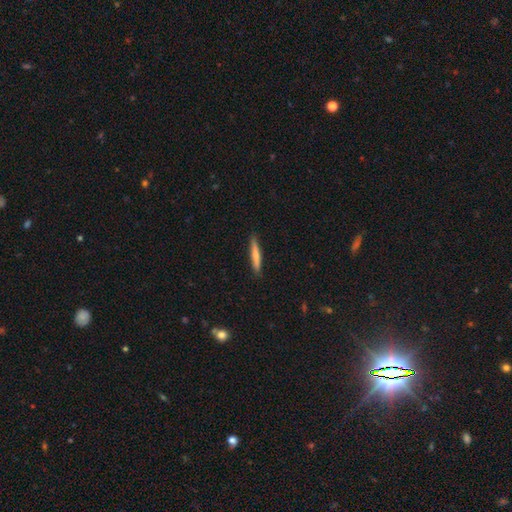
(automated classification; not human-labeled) This appears to be a smooth galaxy with no disk features (66%) that is cigar-shaped (93%). Merging: none (89%).